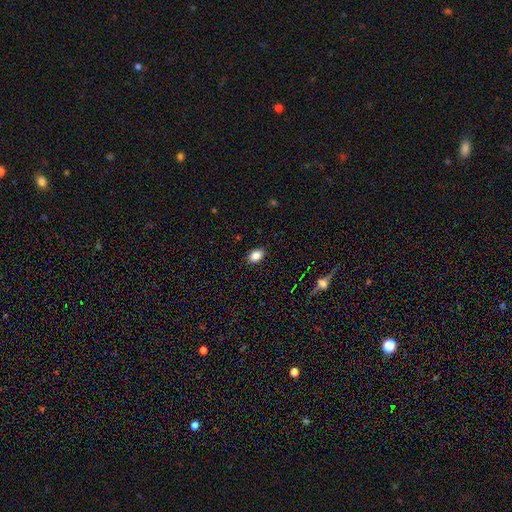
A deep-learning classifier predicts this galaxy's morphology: A smooth galaxy with no disk features (86%) that is in between round and cigar-shaped (82%). Merging: none (89%).